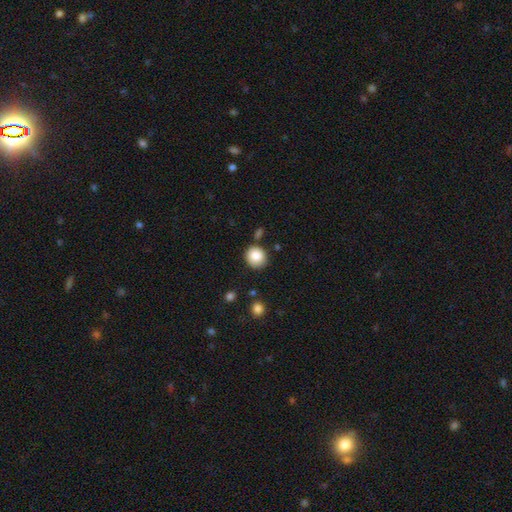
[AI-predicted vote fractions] smooth-or-featured: smooth: 86% | star or artifact: 8% | featured or disk: 5%
  how-rounded: round: 82% | in between: 17% | cigar-shaped: 1%
  merging: none: 78% | minor disturbance: 14% | merger: 5% | major disturbance: 3%